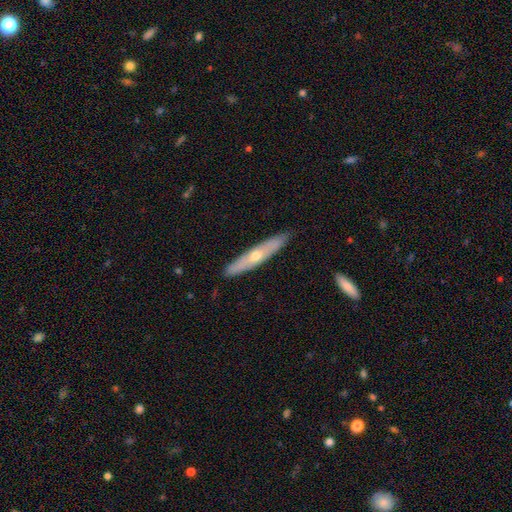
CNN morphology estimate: featured or disk 54%, smooth 40%, star or artifact 6%. Down the decision tree: edge-on disk — yes (78%); merging — none (87%).